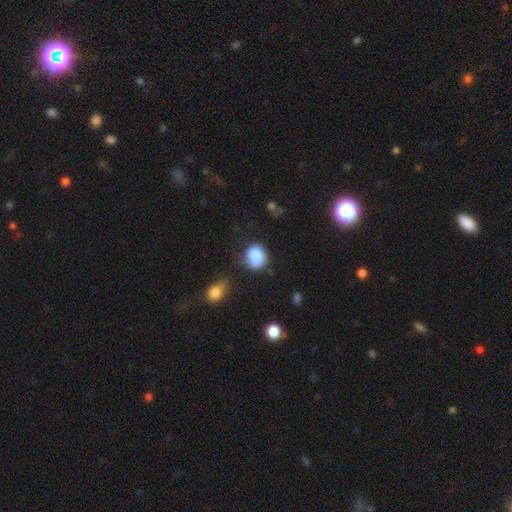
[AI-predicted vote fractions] This appears to be a smooth galaxy with no disk features (85%) that is round (68%). Merging: none (54%).